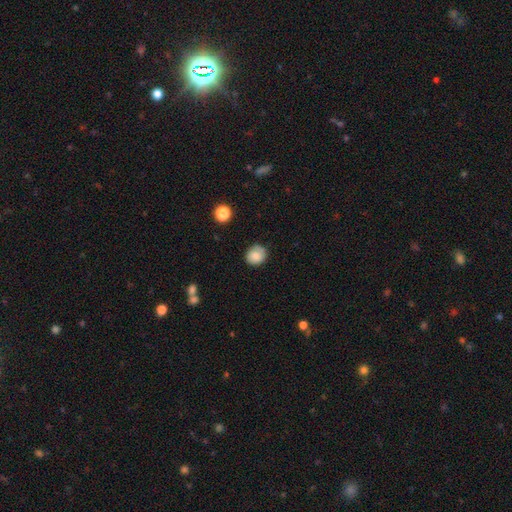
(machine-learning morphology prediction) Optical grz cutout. It shows a smooth galaxy with no disk features (82%) that is round (80%). Merging: none (77%).